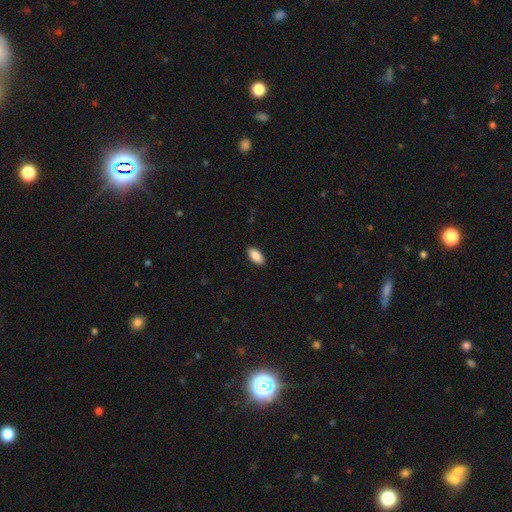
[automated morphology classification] type=smooth (89%); roundness=in between (93%); merging=none (90%).